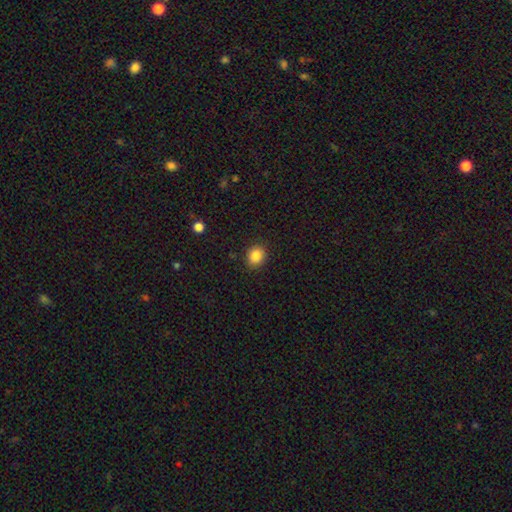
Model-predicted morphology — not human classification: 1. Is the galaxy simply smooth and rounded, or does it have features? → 86% smooth, 10% star or artifact, 4% featured or disk.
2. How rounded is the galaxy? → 71% round, 28% in between, 1% cigar-shaped.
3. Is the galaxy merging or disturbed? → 89% none, 7% minor disturbance, 2% major disturbance, 1% merger.